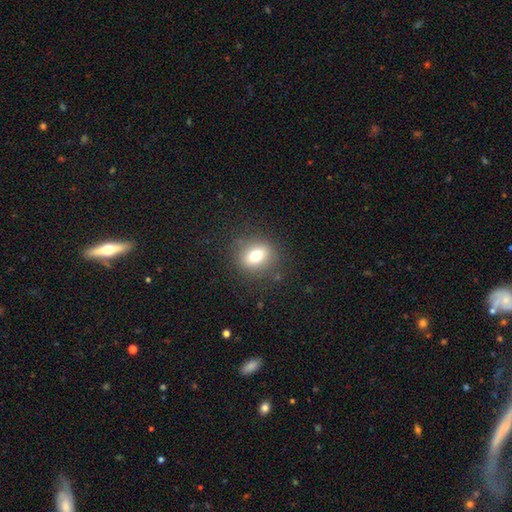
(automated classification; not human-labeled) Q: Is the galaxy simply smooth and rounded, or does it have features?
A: smooth — 76%.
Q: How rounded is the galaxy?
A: round — 50%.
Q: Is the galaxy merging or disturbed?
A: none — 84%.